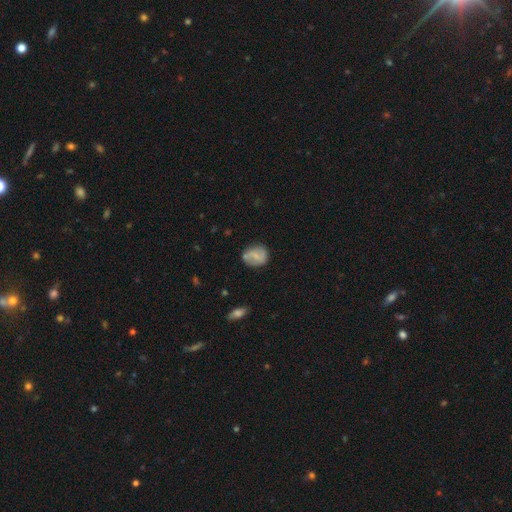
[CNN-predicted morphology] type=smooth (52%); roundness=round (57%); merging=none (71%).